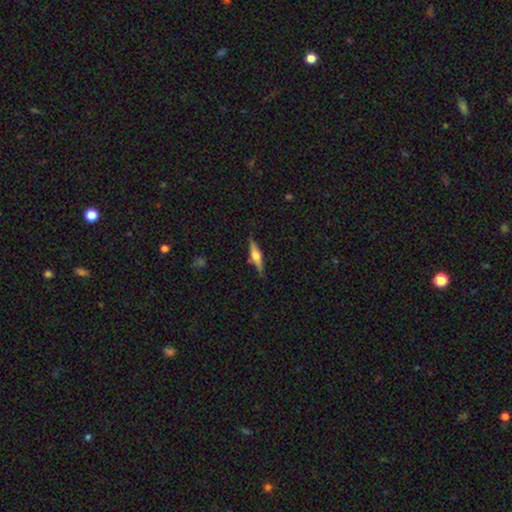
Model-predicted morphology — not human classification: smooth_or_featured: featured or disk (p=0.63) [alt: smooth p=0.31]
disk_edge_on: yes (p=0.97) [alt: no p=0.03]
edge_on_bulge: rounded (p=0.87) [alt: boxy p=0.09]
merging: none (p=0.84) [alt: minor disturbance p=0.12]